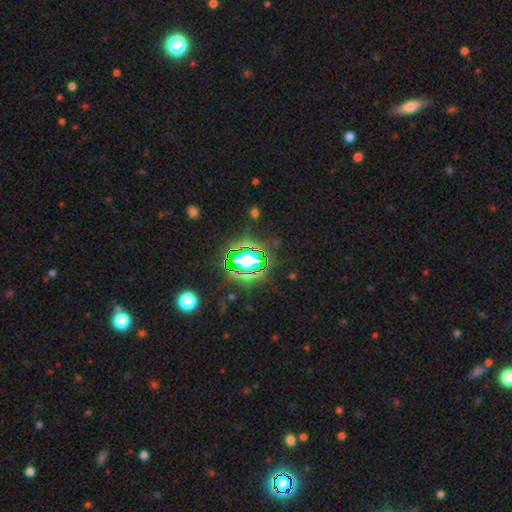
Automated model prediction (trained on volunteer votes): Smooth or featured? Predicted: star or artifact (p=0.75).